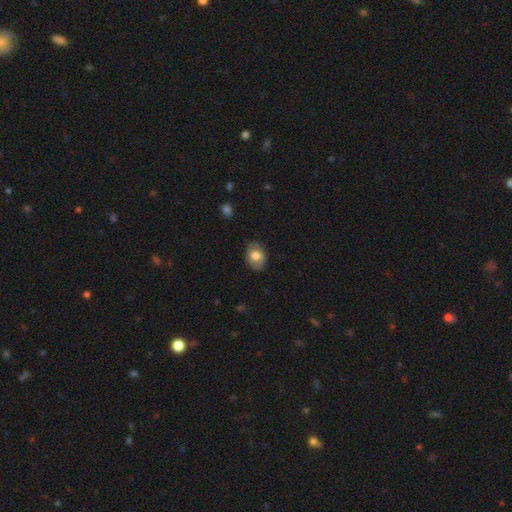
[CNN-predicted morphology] Q: Smooth or featured?
A: smooth (74%); runner-up: featured or disk (18%)
Q: How rounded?
A: in between (68%); runner-up: round (31%)
Q: Merging?
A: none (82%); runner-up: minor disturbance (14%)